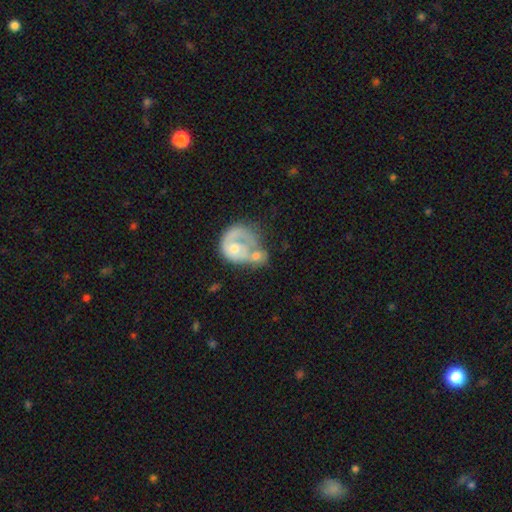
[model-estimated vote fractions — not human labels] A featured or disk galaxy (62%) with no bar (83%), spiral arms (53%) and a moderate central bulge (54%).

Vote fractions:
- Smooth or featured? featured or disk: 62% / smooth: 31% / star or artifact: 7%
- Edge-on disk? no: 97% / yes: 3%
- Bar? no: 83% / weak: 14% / strong: 3%
- Spiral arms? yes: 53% / no: 47%
- Bulge size? moderate: 54% / small: 36% / none: 5% / large: 4% / dominant: 2%
- Merging? merger: 42% / none: 24% / major disturbance: 21% / minor disturbance: 14%